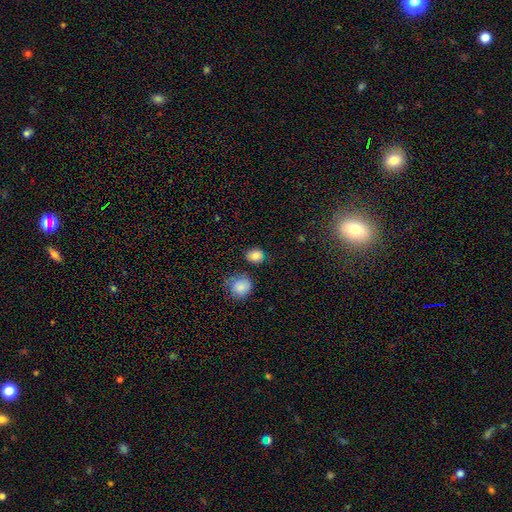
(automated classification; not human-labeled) The model was most divided on "how rounded": round: 57%, in between: 42%, cigar-shaped: 1%. More confident: smooth or featured — smooth (82%); merging — none (72%).